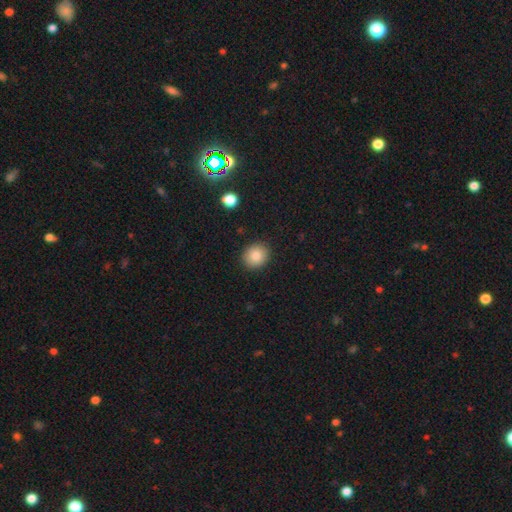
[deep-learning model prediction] smooth 85%, star or artifact 9%, featured or disk 6%. Down the decision tree: how rounded — round (76%); merging — none (90%).